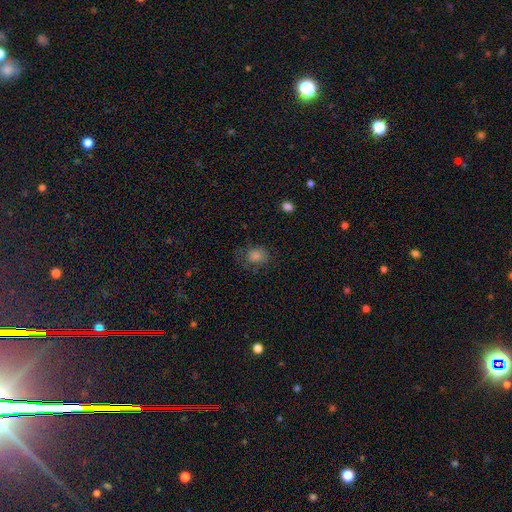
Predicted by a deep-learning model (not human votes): smooth-or-featured: smooth: 68% | star or artifact: 19% | featured or disk: 13%
  how-rounded: round: 60% | in between: 39% | cigar-shaped: 1%
  merging: none: 67% | minor disturbance: 21% | major disturbance: 11% | merger: 1%